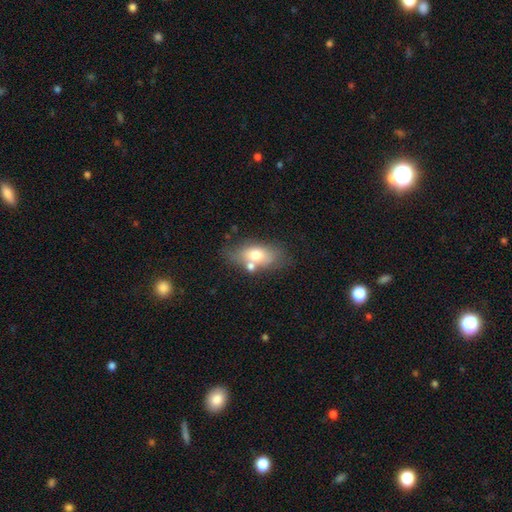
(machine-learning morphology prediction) Smooth or featured?
  - smooth: 66% *
  - featured or disk: 26%
  - star or artifact: 8%
How rounded?
  - in between: 85% *
  - round: 9%
  - cigar-shaped: 6%
Merging?
  - none: 55% *
  - merger: 21%
  - minor disturbance: 17%
  - major disturbance: 6%